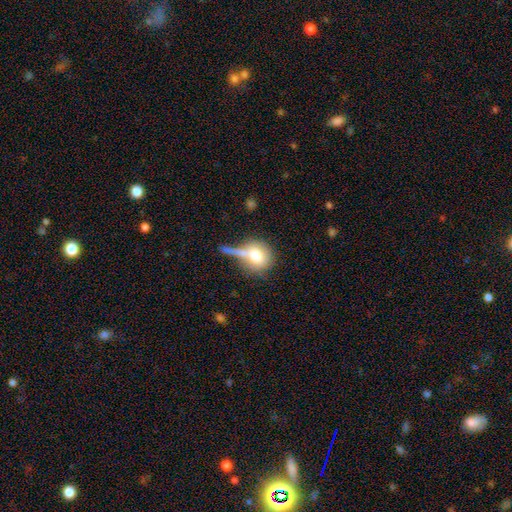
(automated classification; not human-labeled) smooth-or-featured: smooth: 72% | featured or disk: 20% | star or artifact: 9%
  how-rounded: round: 73% | in between: 24% | cigar-shaped: 3%
  merging: none: 40% | merger: 25% | major disturbance: 18% | minor disturbance: 17%